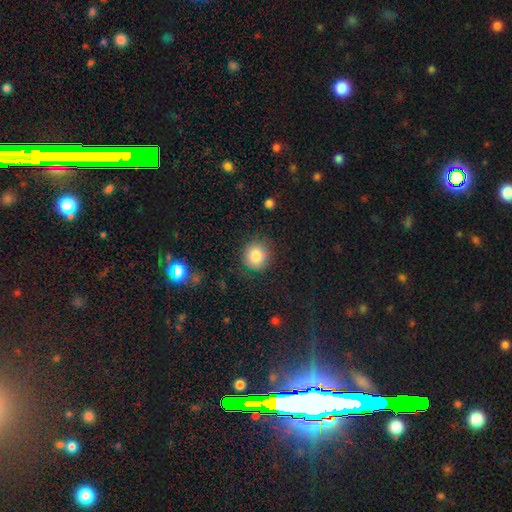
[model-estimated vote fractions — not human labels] smooth 82%, star or artifact 10%, featured or disk 7%. Down the decision tree: how rounded — round (89%); merging — none (84%).